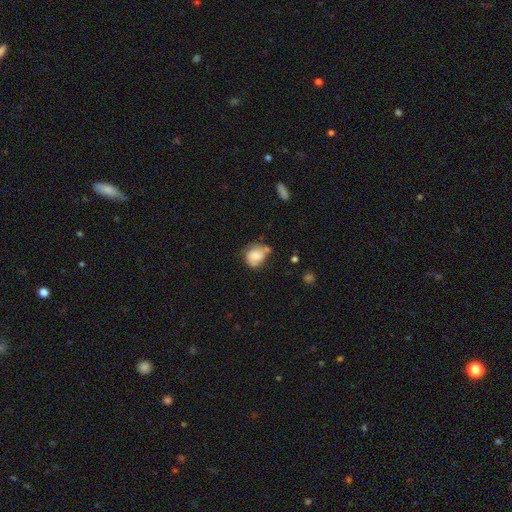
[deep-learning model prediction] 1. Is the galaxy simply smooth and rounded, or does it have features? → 56% smooth, 35% featured or disk, 9% star or artifact.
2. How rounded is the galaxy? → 55% round, 44% in between, 1% cigar-shaped.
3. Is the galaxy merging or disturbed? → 40% none, 33% minor disturbance, 17% major disturbance, 11% merger.